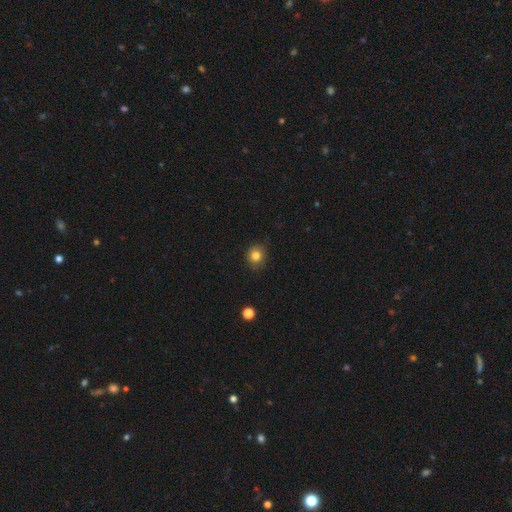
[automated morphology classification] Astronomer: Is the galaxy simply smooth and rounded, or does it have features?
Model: smooth — 81%.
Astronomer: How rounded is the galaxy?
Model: round — 81%.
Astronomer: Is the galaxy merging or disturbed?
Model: none — 82%.